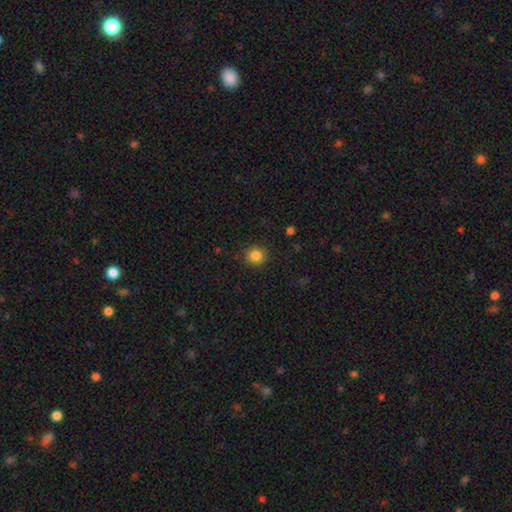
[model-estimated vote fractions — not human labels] smooth-or-featured: smooth: 85% | star or artifact: 11% | featured or disk: 4%
  how-rounded: round: 91% | in between: 8% | cigar-shaped: 1%
  merging: none: 91% | minor disturbance: 6% | major disturbance: 2% | merger: 1%